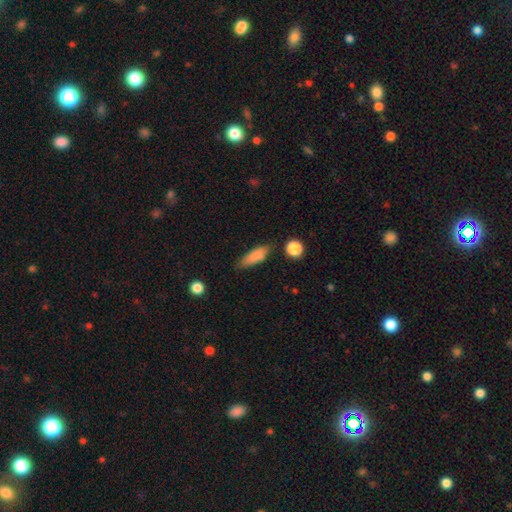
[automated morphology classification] type=smooth (83%); roundness=in between (55%); merging=none (74%).